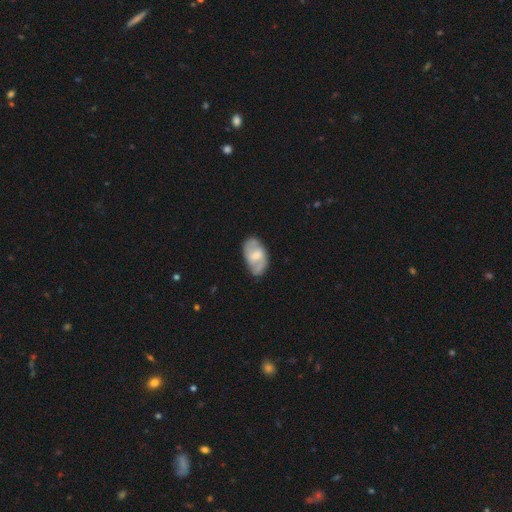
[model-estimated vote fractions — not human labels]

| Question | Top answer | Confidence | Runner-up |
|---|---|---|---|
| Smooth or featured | featured or disk | 65% | smooth (30%) |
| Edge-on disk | no | 96% | yes (4%) |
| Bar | weak | 54% | no (27%) |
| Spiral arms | yes | 81% | no (19%) |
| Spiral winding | medium | 47% | loose (31%) |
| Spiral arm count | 2 | 81% | can't tell (12%) |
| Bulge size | moderate | 43% | small (35%) |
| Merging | none | 74% | minor disturbance (19%) |